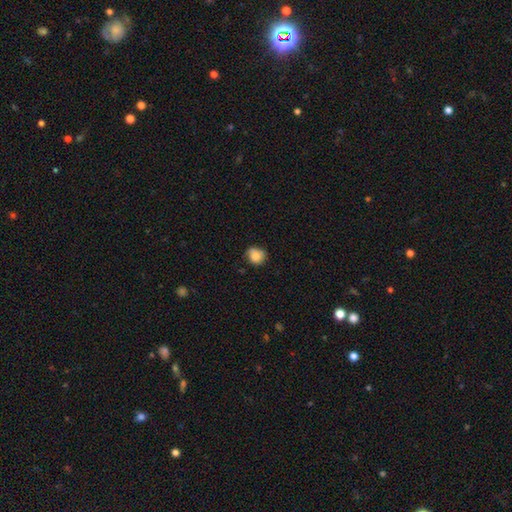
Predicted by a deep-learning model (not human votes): Smooth or featured? Predicted: smooth (p=0.83). How rounded? Predicted: round (p=0.77). Merging? Predicted: none (p=0.67).